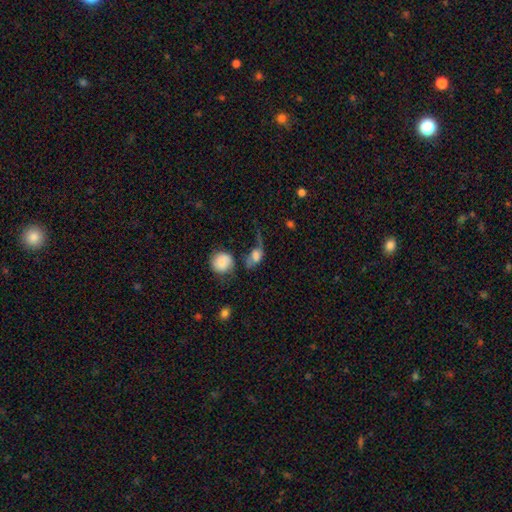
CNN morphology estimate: This appears to be a smooth galaxy with no disk features (59%) that is in between round and cigar-shaped (66%). Merging: major disturbance (36%).